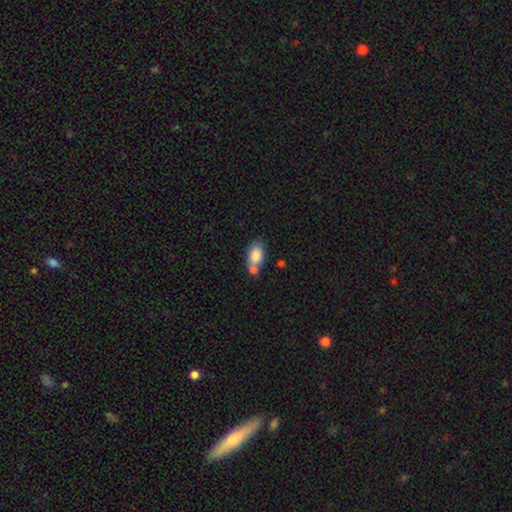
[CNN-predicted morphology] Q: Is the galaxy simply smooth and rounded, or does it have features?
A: smooth — 82%.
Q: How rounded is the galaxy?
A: in between — 87%.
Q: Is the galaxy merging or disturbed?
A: merger — 40%, tied with none.